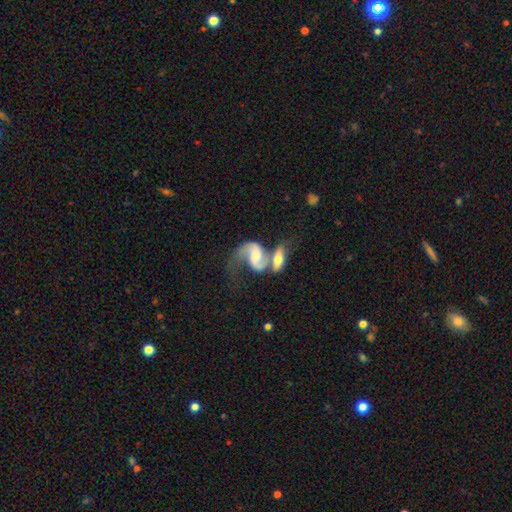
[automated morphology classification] Smooth or featured?
  - featured or disk: 74% *
  - smooth: 20%
  - star or artifact: 6%
Edge-on disk?
  - no: 95% *
  - yes: 5%
Bar?
  - no: 51% *
  - weak: 36%
  - strong: 12%
Spiral arms?
  - yes: 90% *
  - no: 10%
Spiral winding?
  - loose: 61% *
  - medium: 30%
  - tight: 9%
Spiral arm count?
  - 2: 72% *
  - 1: 19%
  - can't tell: 6%
  - 3: 1%
  - 4: 1%
  - more than 4: 1%
Bulge size?
  - moderate: 45% *
  - small: 28%
  - large: 14%
  - none: 11%
  - dominant: 2%
Merging?
  - merger: 64% *
  - none: 14%
  - major disturbance: 14%
  - minor disturbance: 8%